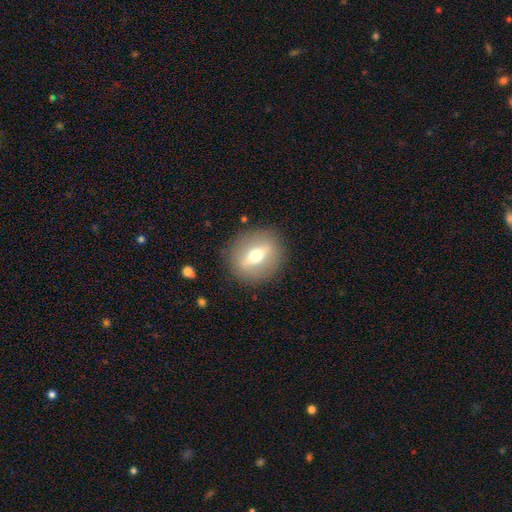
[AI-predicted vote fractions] Smooth or featured: featured or disk — 54% (smooth — 38%)
Edge-on disk: no — 55% (yes — 45%)
Merging: none — 87% (minor disturbance — 8%)